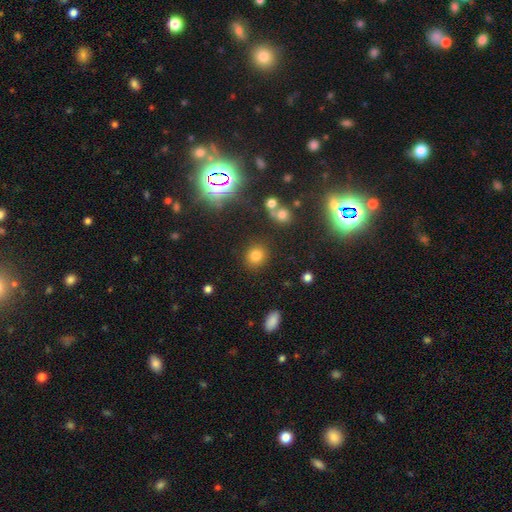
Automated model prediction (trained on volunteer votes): smooth_or_featured: smooth (p=0.76) [alt: star or artifact p=0.17]
how_rounded: round (p=0.82) [alt: in between p=0.16]
merging: none (p=0.85) [alt: minor disturbance p=0.08]